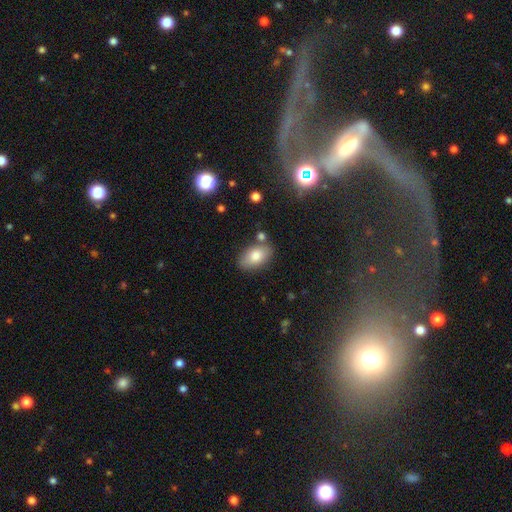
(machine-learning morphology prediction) A smooth galaxy with no disk features (80%) that is in between round and cigar-shaped (91%).

Vote fractions:
- Smooth or featured? smooth: 80% / featured or disk: 12% / star or artifact: 7%
- How rounded? in between: 91% / round: 7% / cigar-shaped: 2%
- Merging? none: 78% / minor disturbance: 13% / merger: 6% / major disturbance: 3%